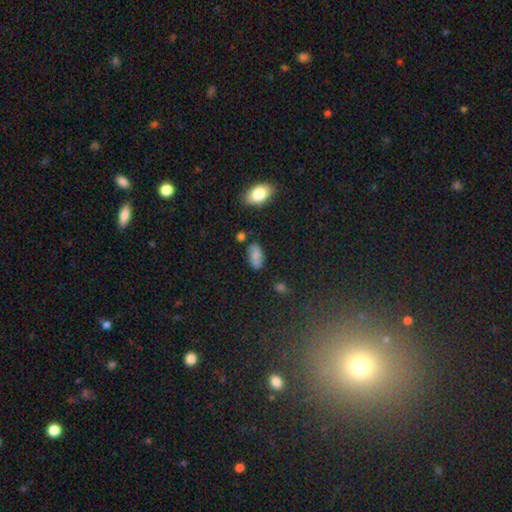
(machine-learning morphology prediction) Smooth or featured? smooth (71%)
How rounded? in between (91%)
Merging? none (70%)